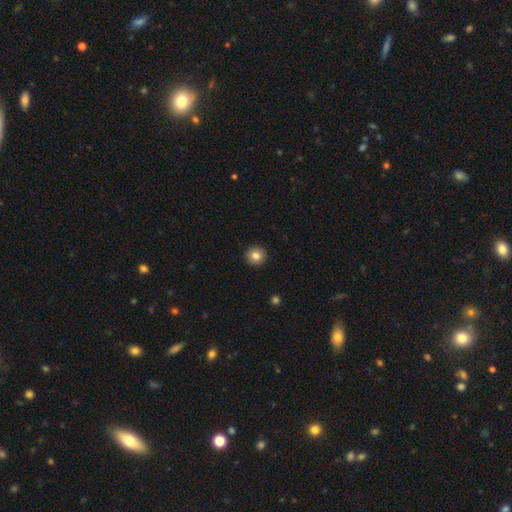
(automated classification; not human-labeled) smooth 83%, star or artifact 10%, featured or disk 7%. Down the decision tree: how rounded — round (95%); merging — none (93%).